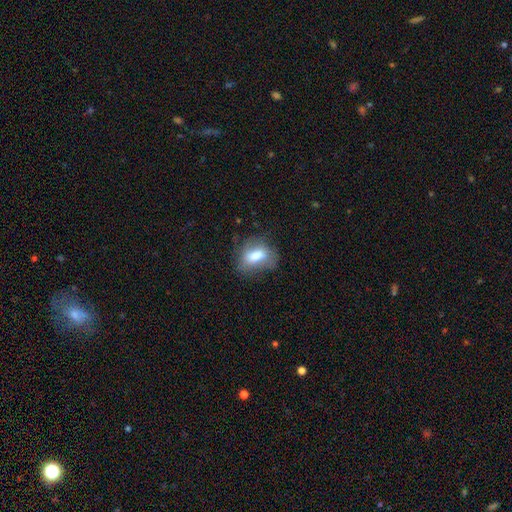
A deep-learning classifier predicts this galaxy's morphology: Smooth or featured?
  - smooth: 65% *
  - featured or disk: 25%
  - star or artifact: 9%
How rounded?
  - in between: 76% *
  - round: 20%
  - cigar-shaped: 4%
Merging?
  - none: 61% *
  - minor disturbance: 25%
  - major disturbance: 12%
  - merger: 2%